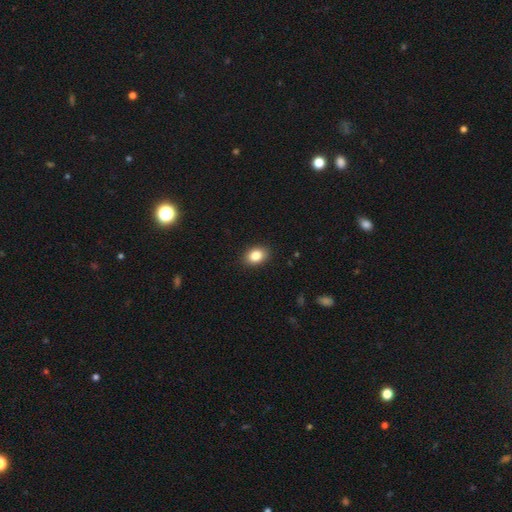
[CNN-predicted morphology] This appears to be a smooth galaxy with no disk features (85%) that is in between round and cigar-shaped (74%). Merging: none (89%).